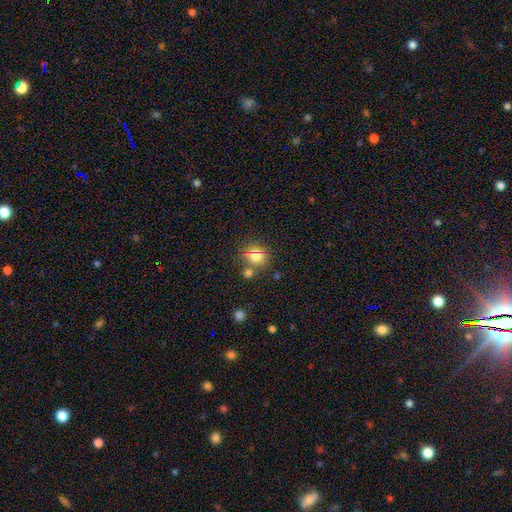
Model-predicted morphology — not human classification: The model was most divided on "merging": none: 68%, merger: 17%, minor disturbance: 11%, major disturbance: 4%. More confident: how rounded — round (81%); smooth or featured — smooth (73%).